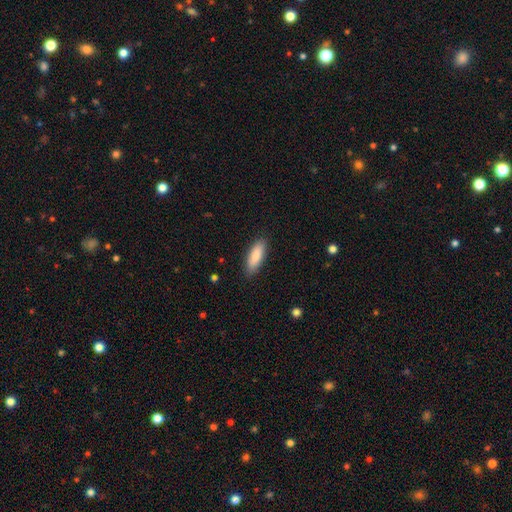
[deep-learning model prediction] A smooth galaxy with no disk features (86%) that is in between round and cigar-shaped (60%).

Vote fractions:
- Smooth or featured? smooth: 86% / featured or disk: 8% / star or artifact: 6%
- How rounded? in between: 60% / cigar-shaped: 39% / round: 2%
- Merging? none: 87% / minor disturbance: 10% / major disturbance: 2% / merger: 1%